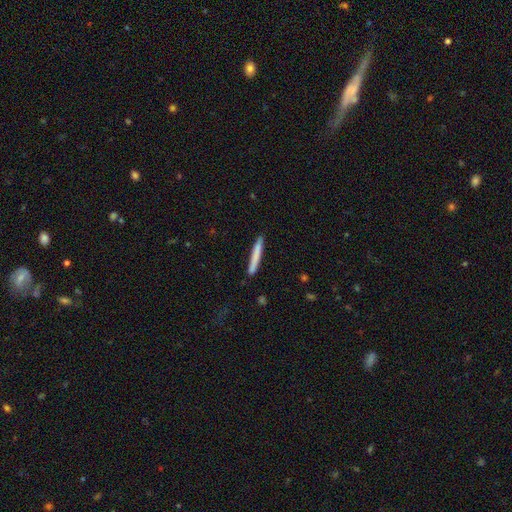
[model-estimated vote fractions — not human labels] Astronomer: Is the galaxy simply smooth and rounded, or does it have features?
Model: smooth — 72%.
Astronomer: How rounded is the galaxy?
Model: cigar-shaped — 97%.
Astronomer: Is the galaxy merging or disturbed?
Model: none — 89%.